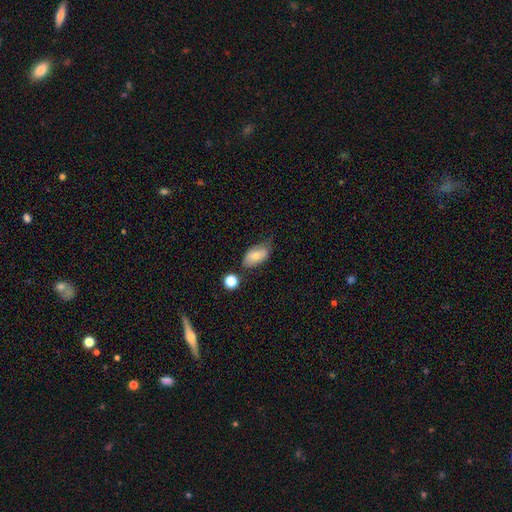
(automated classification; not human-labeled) smooth-or-featured: smooth: 71% | featured or disk: 21% | star or artifact: 8%
  how-rounded: in between: 91% | round: 5% | cigar-shaped: 3%
  merging: none: 60% | minor disturbance: 27% | major disturbance: 7% | merger: 6%